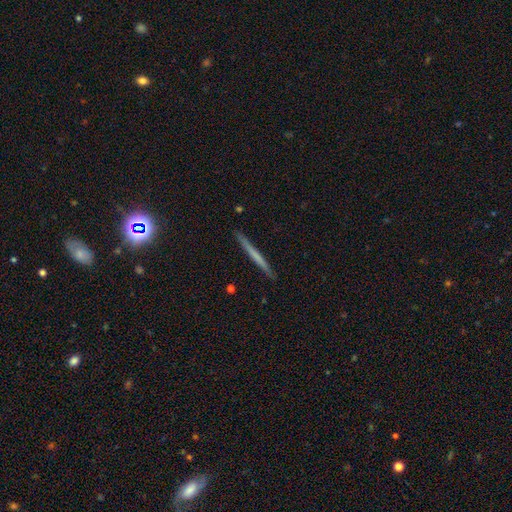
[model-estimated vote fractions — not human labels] This appears to be a smooth galaxy with no disk features (52%) that is cigar-shaped (97%). Merging: none (91%).